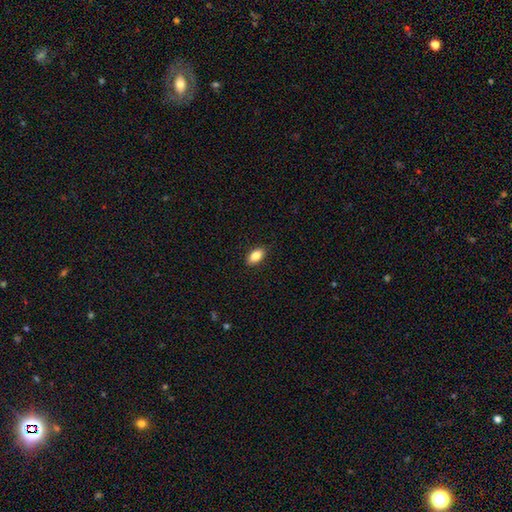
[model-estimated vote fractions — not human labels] Smooth or featured? smooth (85%)
How rounded? in between (91%)
Merging? none (89%)